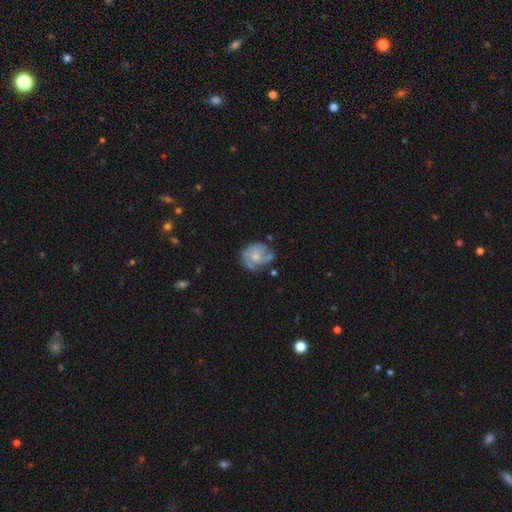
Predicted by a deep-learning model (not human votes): smooth-or-featured: featured or disk: 60% | smooth: 32% | star or artifact: 8%
  disk-edge-on: no: 98% | yes: 2%
    bar: no: 80% | weak: 17% | strong: 2%
    has-spiral-arms: yes: 69% | no: 31%
    bulge-size: small: 54% | moderate: 32% | none: 11% | large: 2% | dominant: 1%
  merging: none: 51% | minor disturbance: 26% | major disturbance: 19% | merger: 5%